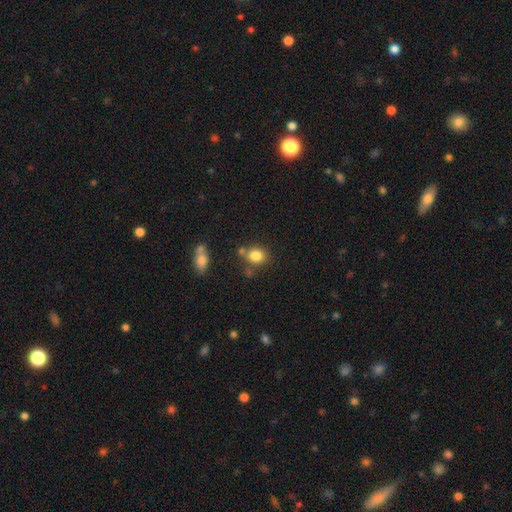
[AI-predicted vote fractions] Overall: smooth (83%). How rounded: round (61%; in between 38%). Merging: none (64%).